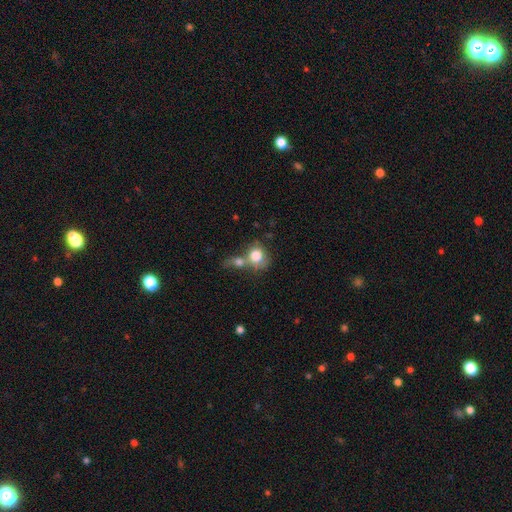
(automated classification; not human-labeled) This is likely a smooth galaxy (78%). How rounded: likely round (70%). Merging: possibly merger (55%).